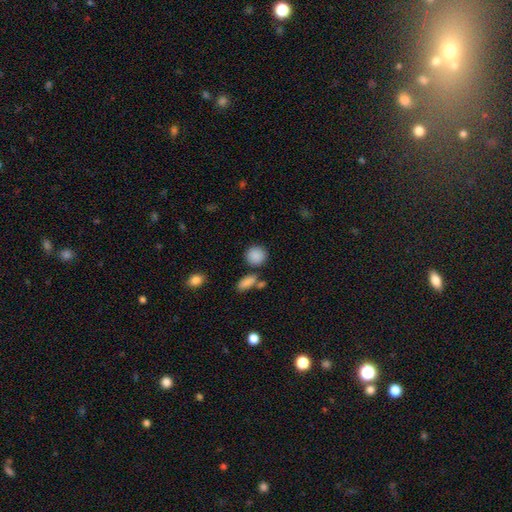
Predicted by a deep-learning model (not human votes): A smooth galaxy with no disk features (88%) that is round (83%). Merging: none (78%).